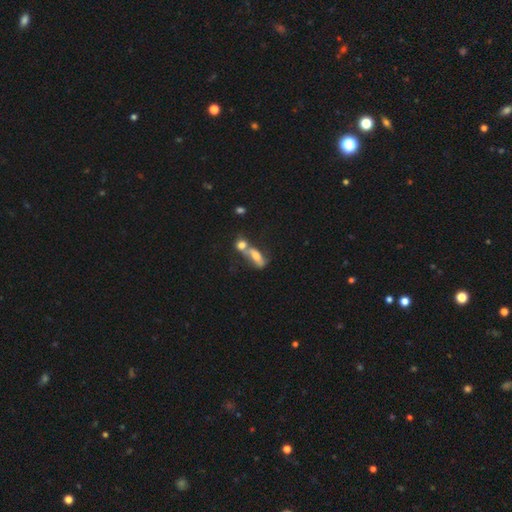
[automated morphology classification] Smooth or featured? smooth (53%)
How rounded? in between (63%)
Merging? merger (52%)